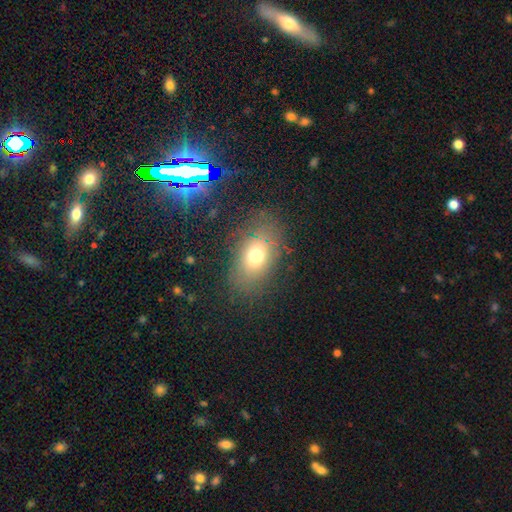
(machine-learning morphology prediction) smooth-or-featured: smooth: 70% | featured or disk: 15% | star or artifact: 15%
  how-rounded: in between: 76% | round: 22% | cigar-shaped: 2%
  merging: none: 76% | minor disturbance: 14% | major disturbance: 8% | merger: 2%